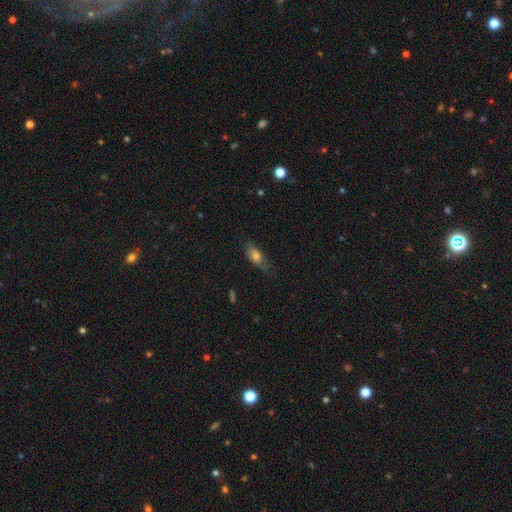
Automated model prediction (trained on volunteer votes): This appears to be a smooth galaxy with no disk features (72%) that is in between round and cigar-shaped (83%). Merging: none (58%).